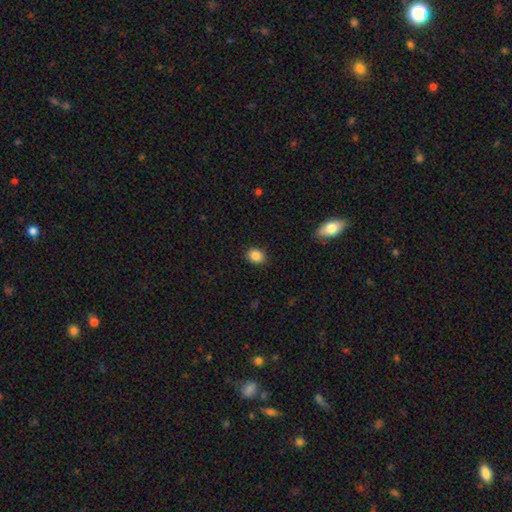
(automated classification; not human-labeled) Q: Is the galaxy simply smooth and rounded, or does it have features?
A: smooth — 87%.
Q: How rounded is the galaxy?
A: round — 58%.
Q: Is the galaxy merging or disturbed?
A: none — 88%.